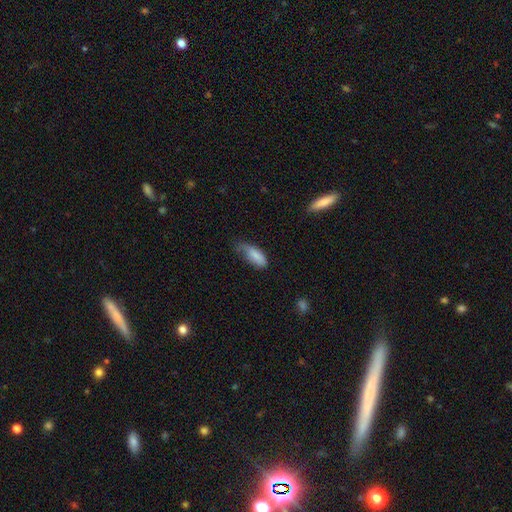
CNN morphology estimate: Smooth or featured? Predicted: smooth (p=0.82). How rounded? Predicted: in between (p=0.79). Merging? Predicted: minor disturbance (p=0.44).